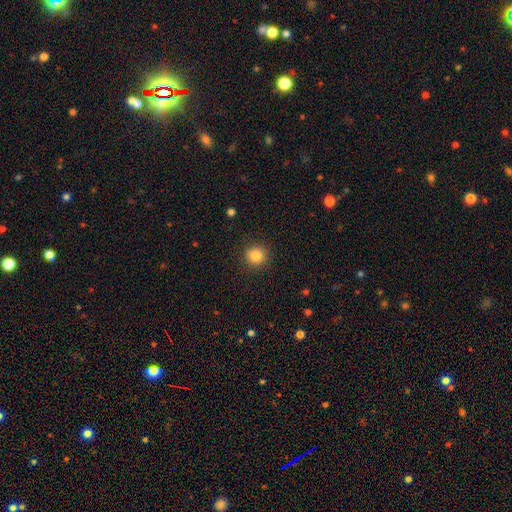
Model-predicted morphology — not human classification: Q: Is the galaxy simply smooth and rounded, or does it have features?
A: smooth — 84%.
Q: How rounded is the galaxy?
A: round — 93%.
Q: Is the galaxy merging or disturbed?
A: none — 90%.